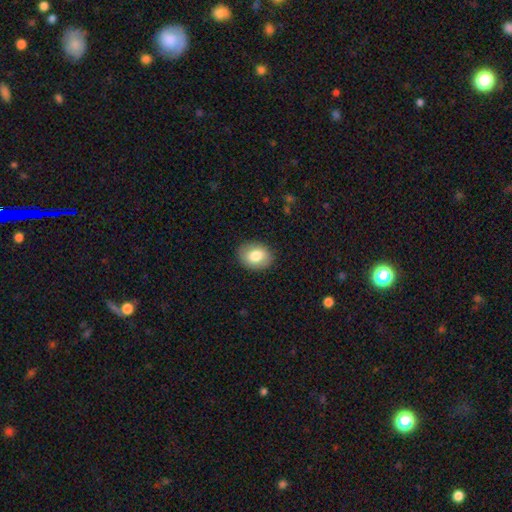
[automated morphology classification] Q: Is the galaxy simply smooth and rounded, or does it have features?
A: smooth — 80%.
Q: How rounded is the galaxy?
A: in between — 62%.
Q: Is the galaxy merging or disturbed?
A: none — 87%.